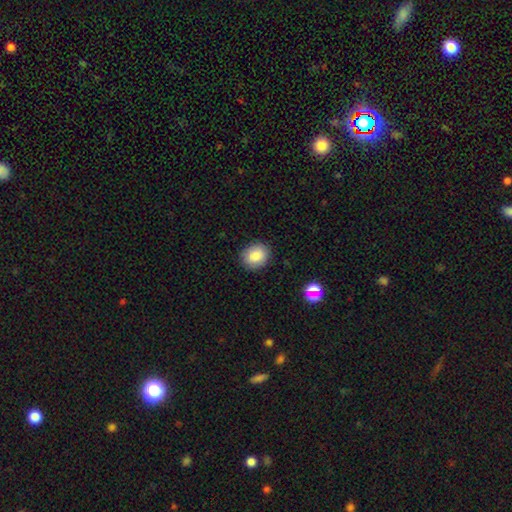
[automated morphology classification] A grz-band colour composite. It shows a smooth galaxy with no disk features (84%) that is round (66%). Merging: none (88%).